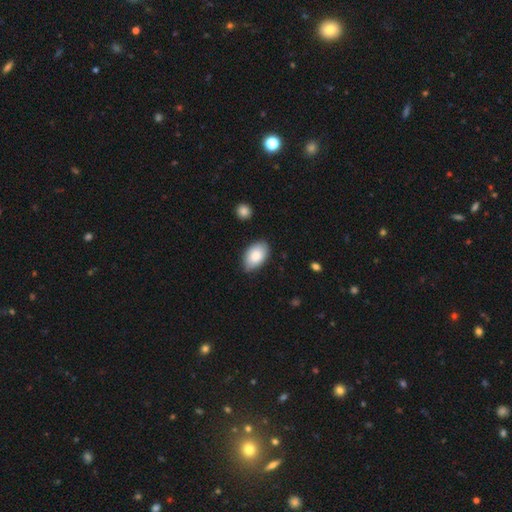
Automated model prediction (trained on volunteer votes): Smooth or featured?
  - smooth: 85% *
  - featured or disk: 9%
  - star or artifact: 6%
How rounded?
  - in between: 92% *
  - round: 6%
  - cigar-shaped: 1%
Merging?
  - none: 77% *
  - minor disturbance: 18%
  - major disturbance: 3%
  - merger: 2%